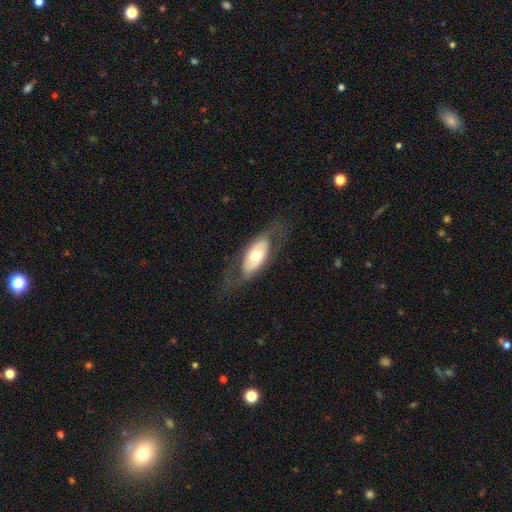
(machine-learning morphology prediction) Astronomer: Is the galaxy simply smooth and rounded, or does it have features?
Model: featured or disk — 53% (runner-up: smooth, 42%).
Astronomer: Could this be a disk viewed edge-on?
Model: no — 81%.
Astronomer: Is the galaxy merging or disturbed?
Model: none — 71%.